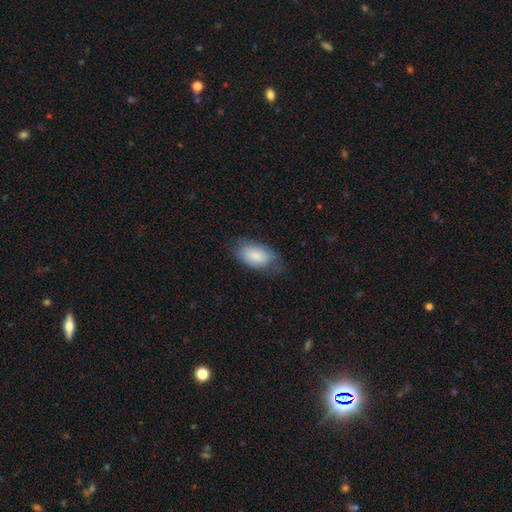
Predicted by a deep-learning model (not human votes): The model was most divided on "merging": none: 65%, minor disturbance: 26%, major disturbance: 8%, merger: 1%. More confident: how rounded — in between (94%); smooth or featured — smooth (83%).